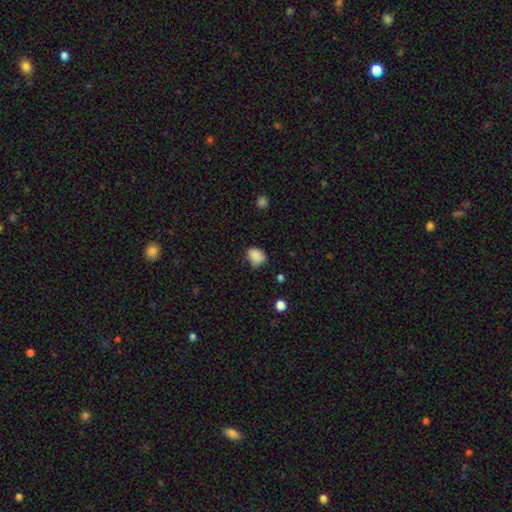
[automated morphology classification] Smooth or featured? Predicted: smooth (p=0.86). How rounded? Predicted: in between (p=0.55). Merging? Predicted: none (p=0.64).